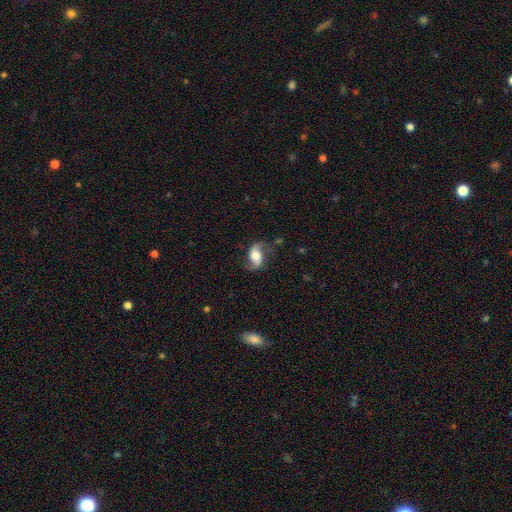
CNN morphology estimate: Overall: featured or disk (58%; smooth 33%). Edge-on disk: no (94%). Bar: no (49%; weak 32%). Spiral arms: yes (90%). Bulge size: moderate (40%; large 36%). Merging: none (68%).